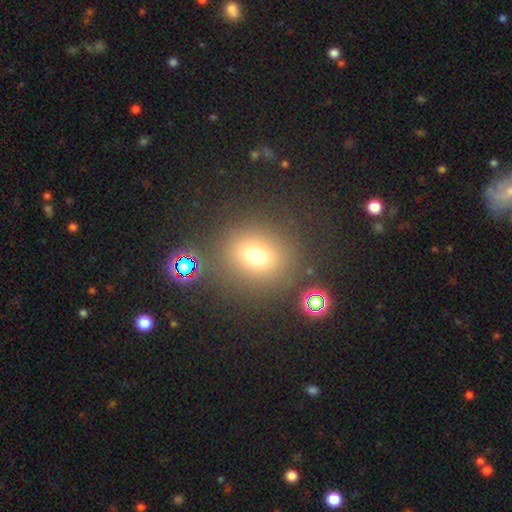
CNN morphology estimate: Smooth or featured? Predicted: smooth (p=0.70). How rounded? Predicted: round (p=0.74). Merging? Predicted: none (p=0.79).